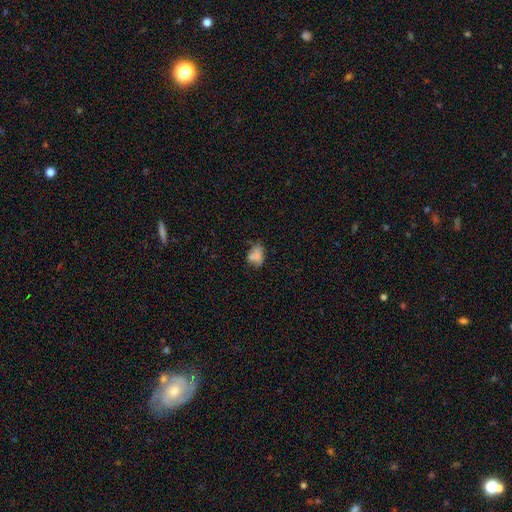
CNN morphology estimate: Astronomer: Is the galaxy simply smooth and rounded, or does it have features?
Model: smooth — 65%.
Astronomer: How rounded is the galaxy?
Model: in between — 75%.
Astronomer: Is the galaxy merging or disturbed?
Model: none — 44% (runner-up: merger, 23%).